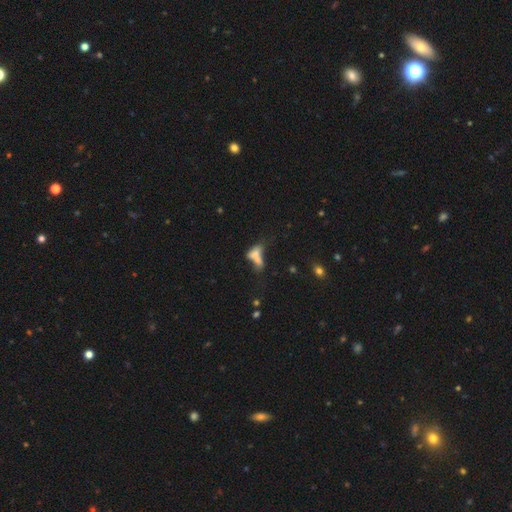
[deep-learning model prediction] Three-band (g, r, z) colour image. It shows a smooth galaxy with no disk features (61%) that is in between round and cigar-shaped (70%). Merging: merger (56%).